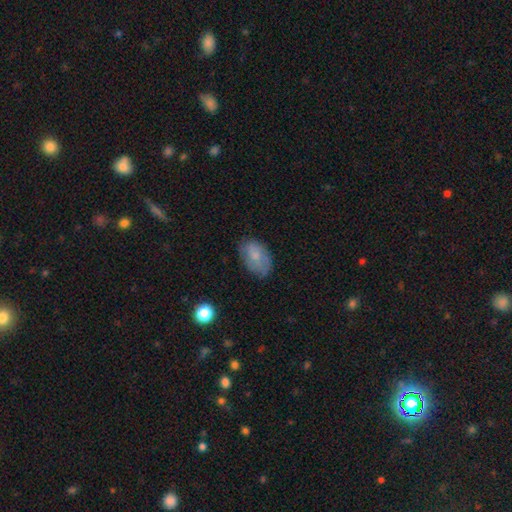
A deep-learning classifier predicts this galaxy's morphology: smooth 69%, featured or disk 24%, star or artifact 8%. Down the decision tree: how rounded — in between (90%); merging — none (70%).